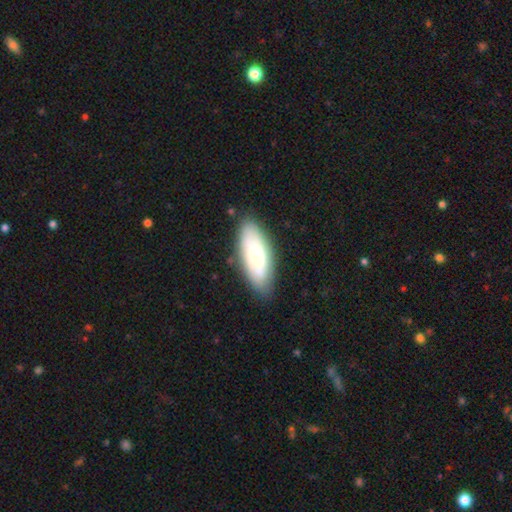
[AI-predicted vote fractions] Smooth or featured: smooth — 57% (featured or disk — 37%)
How rounded: in between — 81% (cigar-shaped — 17%)
Merging: none — 81% (minor disturbance — 14%)